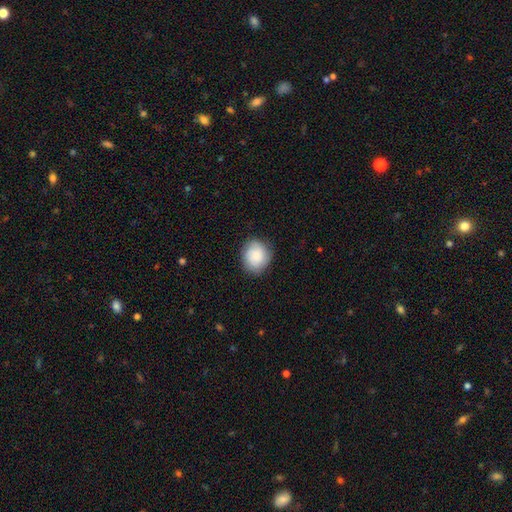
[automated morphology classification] Overall: smooth (77%). How rounded: round (71%). Merging: none (81%).